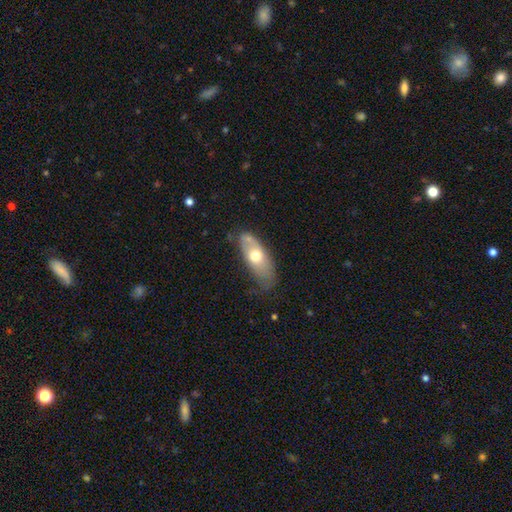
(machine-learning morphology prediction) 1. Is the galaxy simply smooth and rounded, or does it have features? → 56% smooth, 38% featured or disk, 6% star or artifact.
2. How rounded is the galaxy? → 79% in between, 17% cigar-shaped, 4% round.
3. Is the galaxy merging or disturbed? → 53% none, 32% minor disturbance, 11% major disturbance, 4% merger.